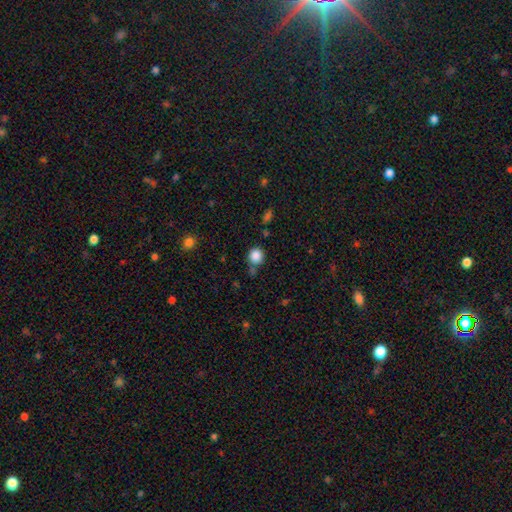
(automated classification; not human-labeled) Q: Smooth or featured?
A: smooth (86%); runner-up: star or artifact (10%)
Q: How rounded?
A: round (88%); runner-up: in between (11%)
Q: Merging?
A: none (72%); runner-up: minor disturbance (14%)